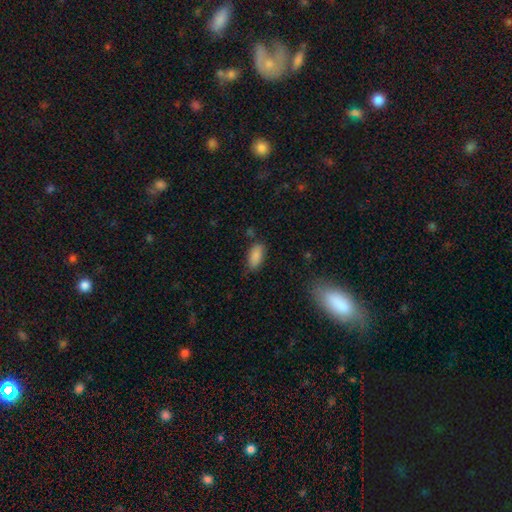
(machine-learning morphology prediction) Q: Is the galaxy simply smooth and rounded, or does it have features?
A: smooth — 88%.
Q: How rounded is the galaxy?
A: in between — 89%.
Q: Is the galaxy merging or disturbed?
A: none — 77%.